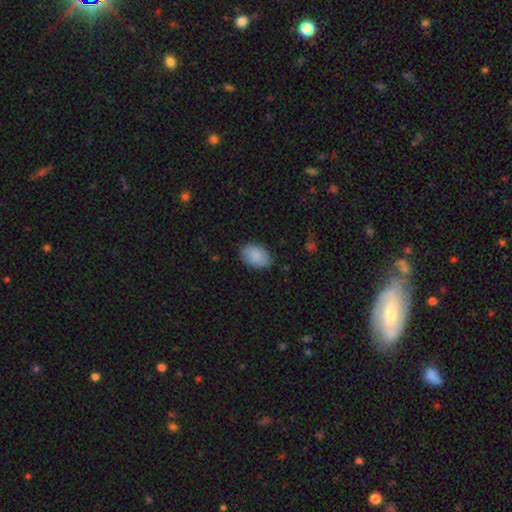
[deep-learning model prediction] Smooth or featured? smooth (89%)
How rounded? in between (89%)
Merging? none (84%)